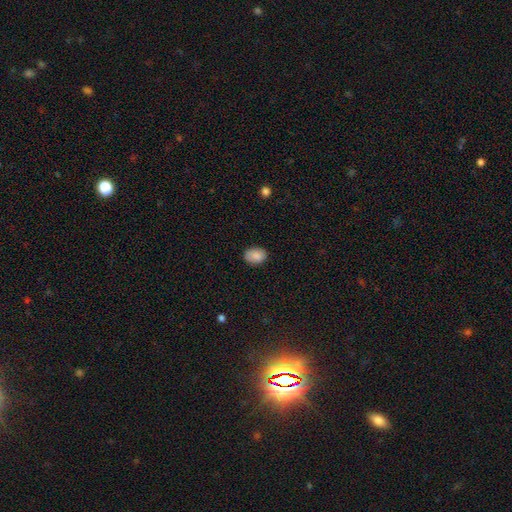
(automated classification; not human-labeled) smooth_or_featured: smooth (p=0.86) [alt: star or artifact p=0.08]
how_rounded: in between (p=0.74) [alt: round p=0.25]
merging: none (p=0.82) [alt: minor disturbance p=0.14]